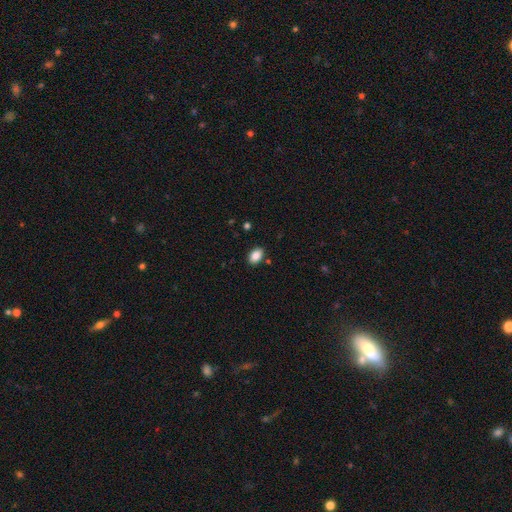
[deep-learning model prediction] This appears to be a smooth galaxy with no disk features (88%) that is in between round and cigar-shaped (88%). Merging: none (87%).